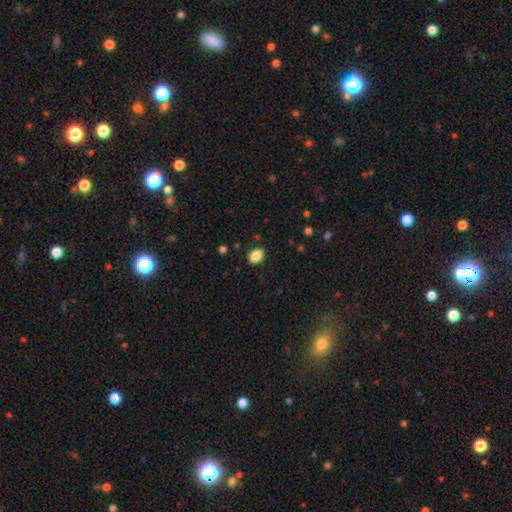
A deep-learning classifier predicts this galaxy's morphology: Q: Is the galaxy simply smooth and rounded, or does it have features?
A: smooth — 87%.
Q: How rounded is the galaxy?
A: in between — 85%.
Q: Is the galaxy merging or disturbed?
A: none — 88%.